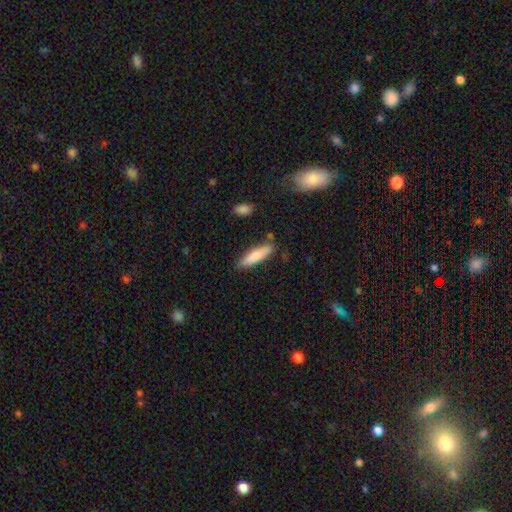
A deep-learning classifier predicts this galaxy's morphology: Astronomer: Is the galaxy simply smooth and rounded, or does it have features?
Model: smooth — 81%.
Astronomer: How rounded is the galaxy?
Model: cigar-shaped — 75%.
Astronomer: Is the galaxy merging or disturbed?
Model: none — 82%.